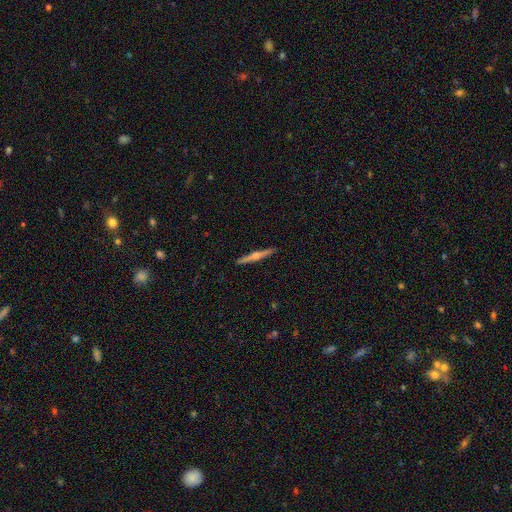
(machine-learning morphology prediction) featured or disk 74%, smooth 21%, star or artifact 6%. Down the decision tree: edge-on disk — yes (98%); edge-on bulge — rounded (88%); merging — none (92%).